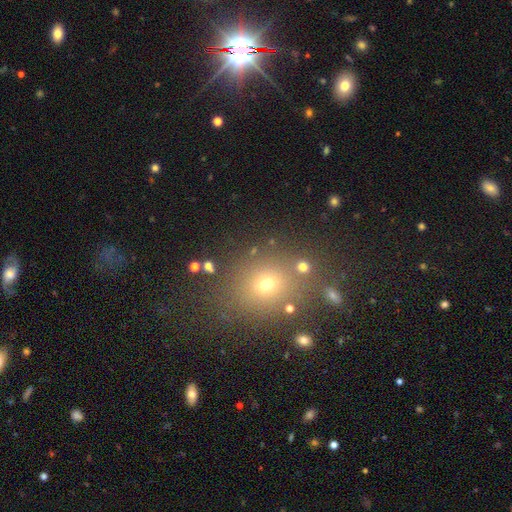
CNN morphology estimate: type=smooth (59%); roundness=round (58%); merging=none (76%).